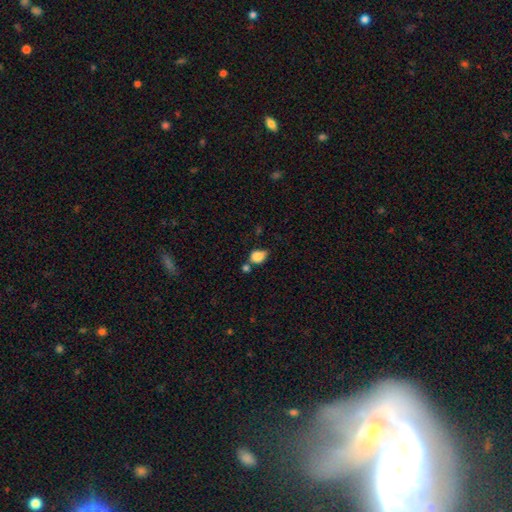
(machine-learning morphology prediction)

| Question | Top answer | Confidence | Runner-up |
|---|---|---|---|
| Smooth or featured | smooth | 84% | star or artifact (10%) |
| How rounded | in between | 62% | round (37%) |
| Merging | none | 42% | minor disturbance (28%) |